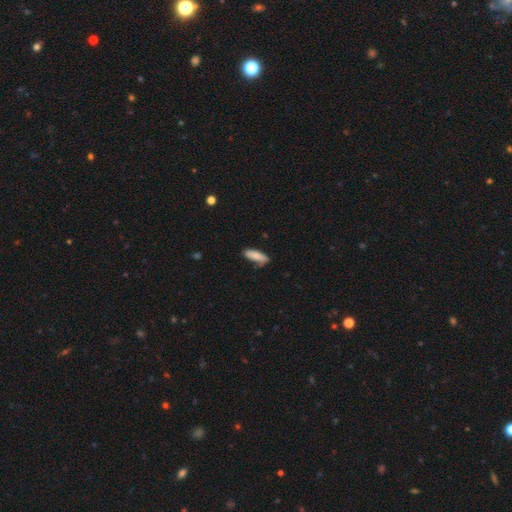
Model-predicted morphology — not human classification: Overall: smooth (83%). How rounded: in between (57%; cigar-shaped 41%). Merging: none (66%).